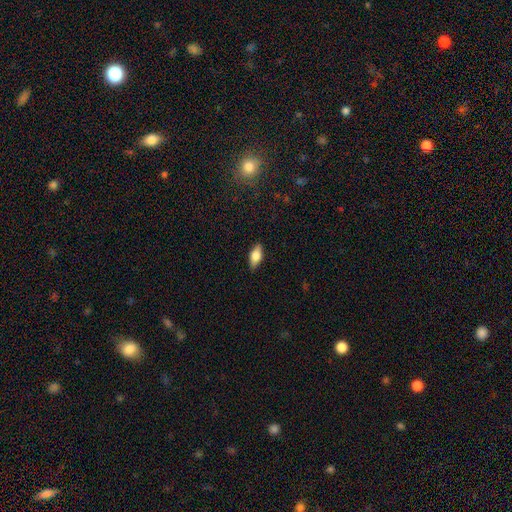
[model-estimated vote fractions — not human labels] This appears to be a smooth galaxy with no disk features (68%) that is in between round and cigar-shaped (82%). Merging: none (87%).